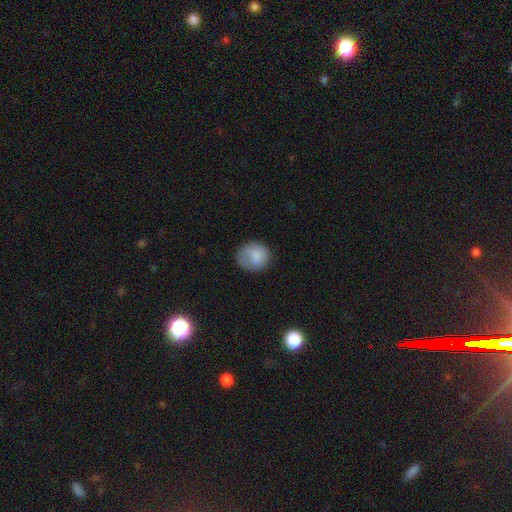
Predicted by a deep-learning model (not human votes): This appears to be a smooth galaxy with no disk features (82%) that is round (73%). Merging: none (65%).